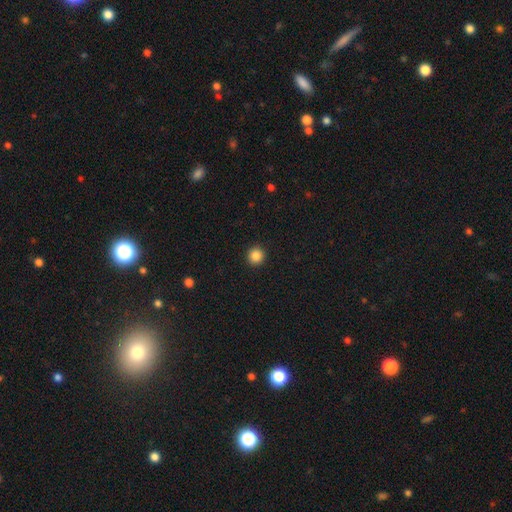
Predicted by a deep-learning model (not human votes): Overall: smooth (86%). How rounded: round (94%). Merging: none (93%).